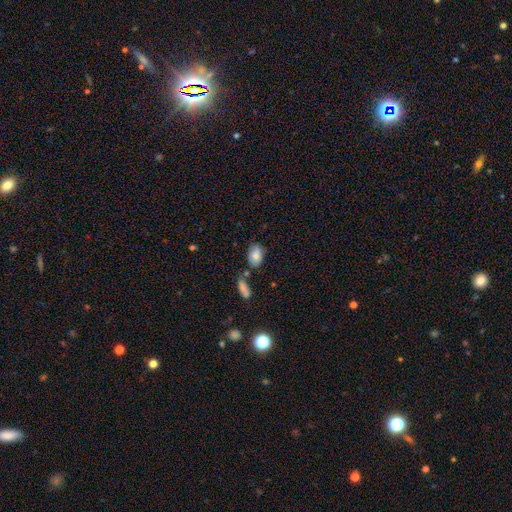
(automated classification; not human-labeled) Morphology: type=smooth (82%); roundness=in between (90%); merging=none (68%).